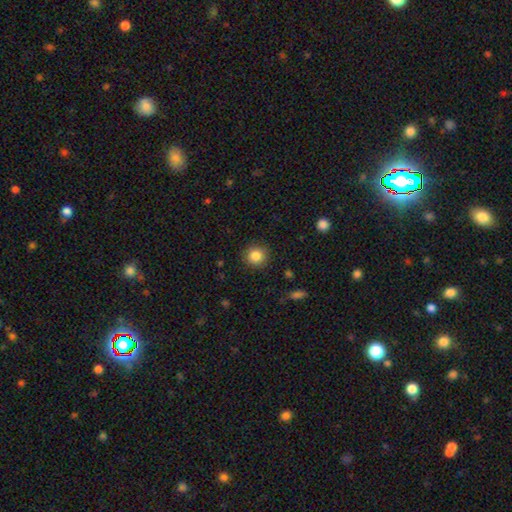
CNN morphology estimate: A smooth galaxy with no disk features (85%) that is round (93%). Merging: none (89%).